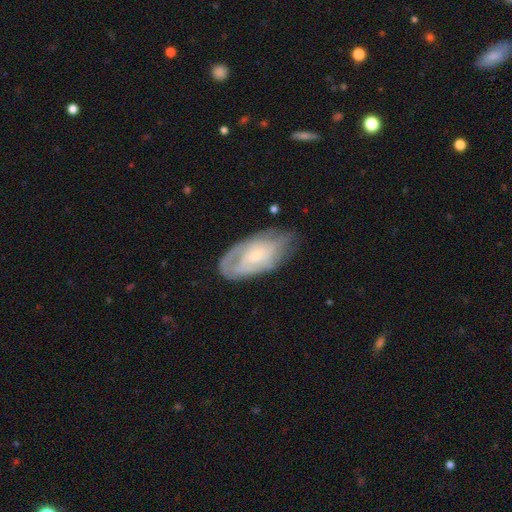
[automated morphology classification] A featured or disk galaxy (61%) with no bar (65%), spiral arms (75%) and a small central bulge (54%). Merging: none (59%).